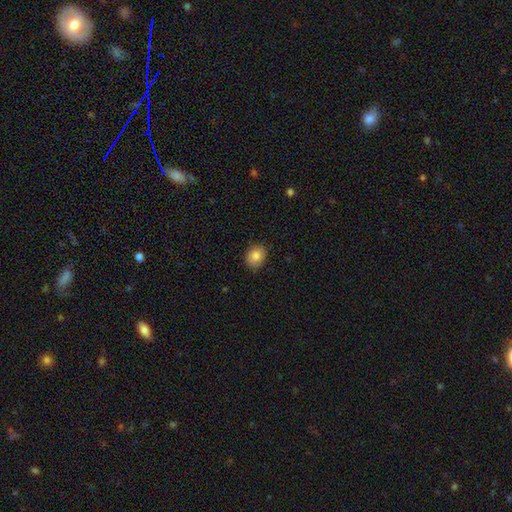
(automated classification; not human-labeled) Smooth or featured? Predicted: smooth (p=0.84). How rounded? Predicted: in between (p=0.51). Merging? Predicted: none (p=0.84).